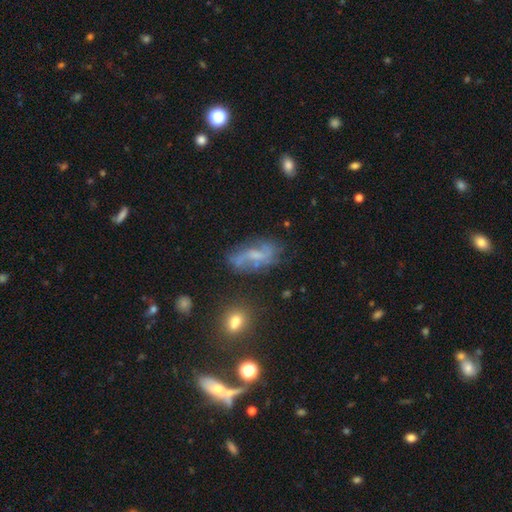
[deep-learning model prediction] Overall: featured or disk (64%; smooth 24%). Edge-on disk: no (92%). Bar: weak (46%; no 39%). Spiral arms: yes (80%). Bulge size: small (44%; none 27%). Merging: none (60%; minor disturbance 22%).